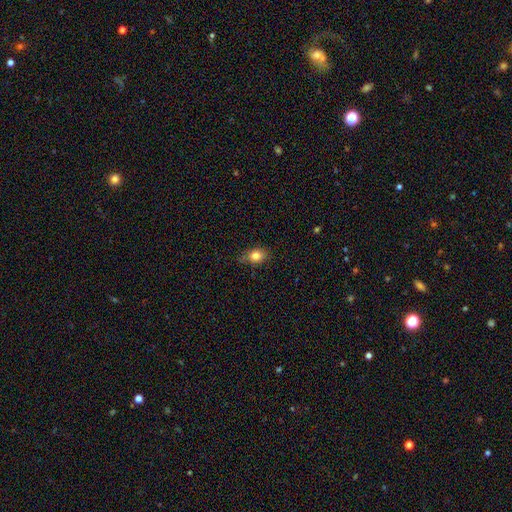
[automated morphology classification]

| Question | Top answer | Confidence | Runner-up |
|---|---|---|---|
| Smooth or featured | smooth | 80% | featured or disk (10%) |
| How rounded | in between | 68% | round (29%) |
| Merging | none | 68% | minor disturbance (25%) |